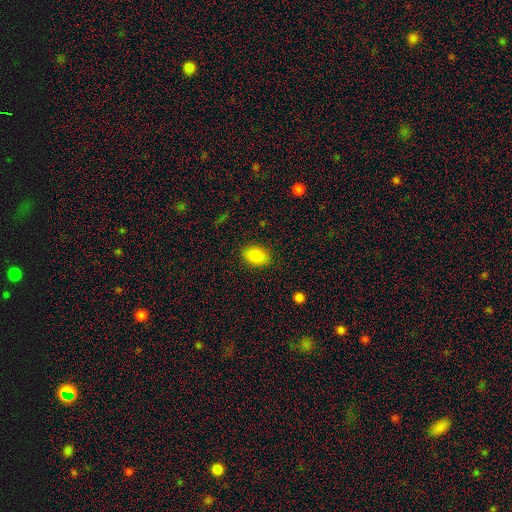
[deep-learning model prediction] Smooth or featured? smooth (88%)
How rounded? in between (85%)
Merging? none (87%)